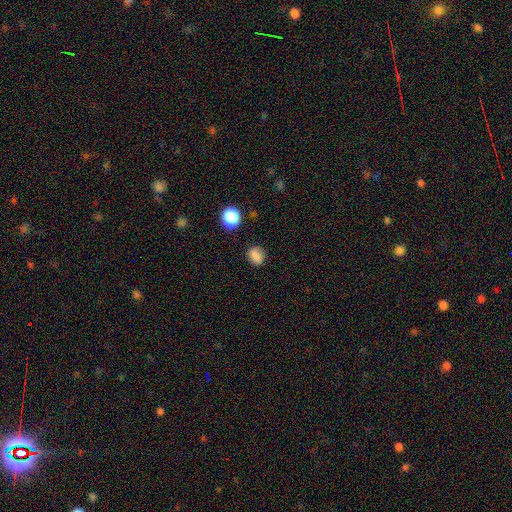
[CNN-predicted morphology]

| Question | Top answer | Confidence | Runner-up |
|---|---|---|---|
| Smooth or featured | smooth | 79% | star or artifact (13%) |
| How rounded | round | 62% | in between (37%) |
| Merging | none | 77% | minor disturbance (16%) |